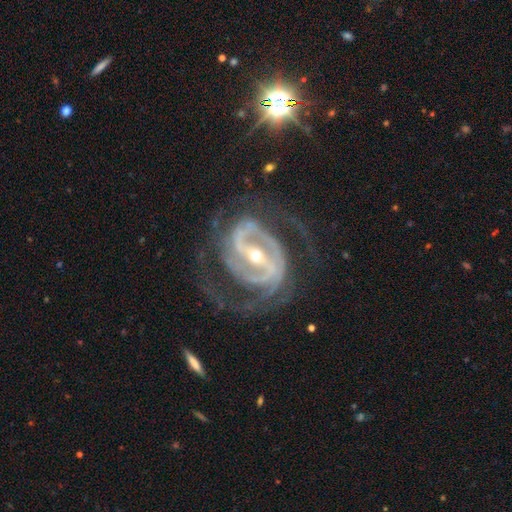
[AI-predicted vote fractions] This is clearly a featured or disk galaxy (93%). It is clearly not viewed edge-on (97%). Bar: likely strong (75%). Spiral arm pattern: clearly yes (97%). Spiral arm count: possibly 2 (59%). Spiral winding: possibly medium (49%). Central bulge: likely small (62%). Merging: likely none (66%).